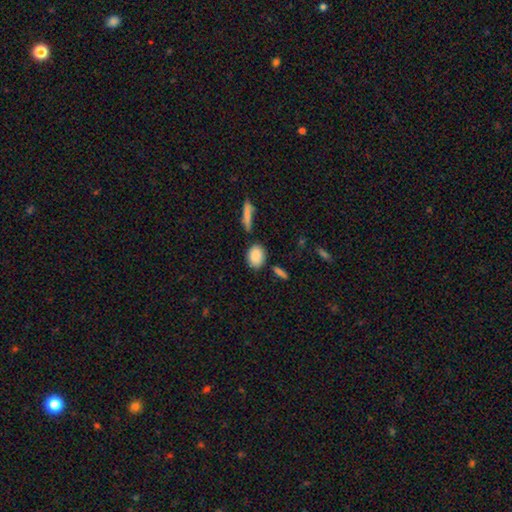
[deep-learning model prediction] Q: Smooth or featured?
A: smooth (87%); runner-up: star or artifact (7%)
Q: How rounded?
A: in between (68%); runner-up: round (29%)
Q: Merging?
A: none (74%); runner-up: minor disturbance (14%)